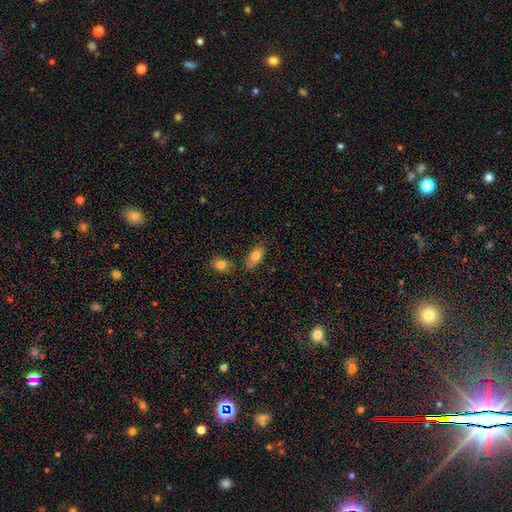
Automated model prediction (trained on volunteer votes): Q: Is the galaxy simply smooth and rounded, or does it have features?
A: smooth — 80%.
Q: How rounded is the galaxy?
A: in between — 89%.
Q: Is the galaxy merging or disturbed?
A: none — 76%.